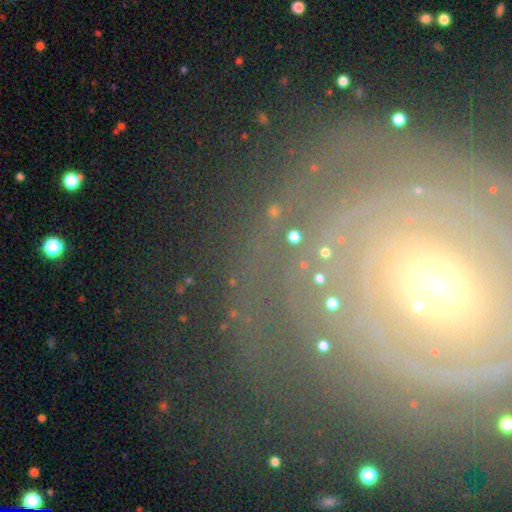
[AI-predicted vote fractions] Q: Smooth or featured?
A: featured or disk (76%); runner-up: star or artifact (12%)
Q: Edge-on disk?
A: no (95%); runner-up: yes (5%)
Q: Bar?
A: no (67%); runner-up: weak (21%)
Q: Spiral arms?
A: yes (84%); runner-up: no (16%)
Q: Spiral winding?
A: tight (77%); runner-up: medium (16%)
Q: Spiral arm count?
A: can't tell (35%); runner-up: 2 (22%)
Q: Bulge size?
A: moderate (47%); runner-up: small (43%)
Q: Merging?
A: none (76%); runner-up: minor disturbance (12%)